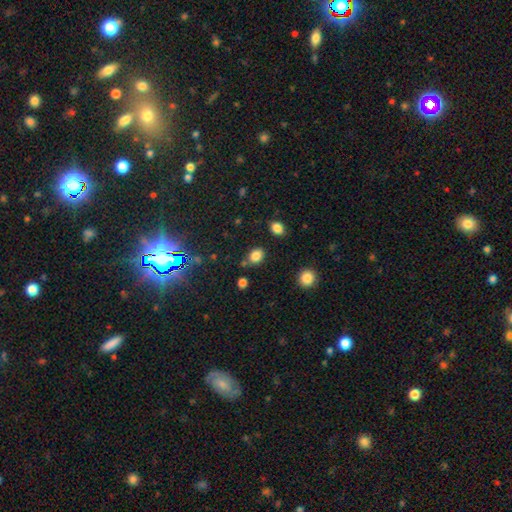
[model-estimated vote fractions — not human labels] Smooth or featured: smooth — 82% (star or artifact — 13%)
How rounded: in between — 51% (round — 48%)
Merging: none — 74% (minor disturbance — 13%)